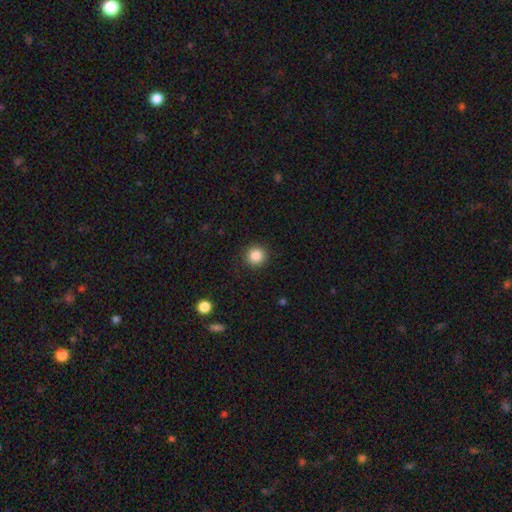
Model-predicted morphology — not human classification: smooth-or-featured: smooth: 86% | star or artifact: 10% | featured or disk: 4%
  how-rounded: round: 94% | in between: 5% | cigar-shaped: 1%
  merging: none: 90% | minor disturbance: 6% | major disturbance: 2% | merger: 1%